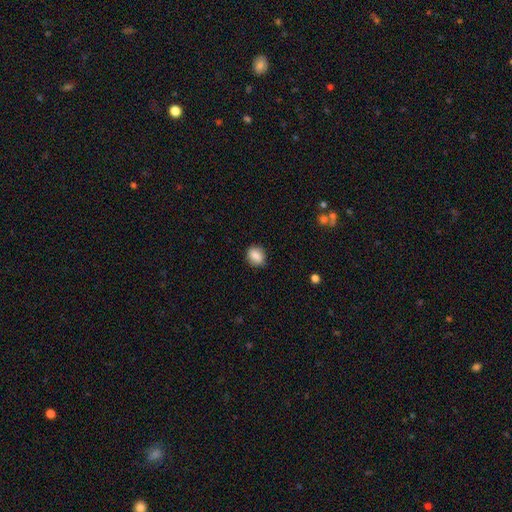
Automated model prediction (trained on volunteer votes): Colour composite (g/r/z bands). It shows a smooth galaxy with no disk features (84%) that is round (55%). Merging: none (85%).